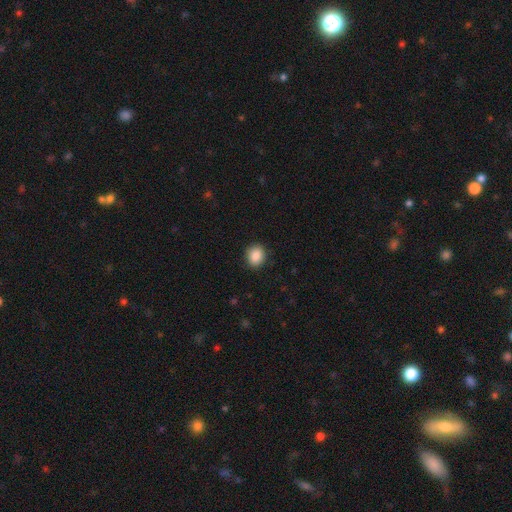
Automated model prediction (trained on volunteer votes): smooth_or_featured: smooth (p=0.88) [alt: star or artifact p=0.08]
how_rounded: round (p=0.65) [alt: in between p=0.34]
merging: none (p=0.89) [alt: minor disturbance p=0.08]